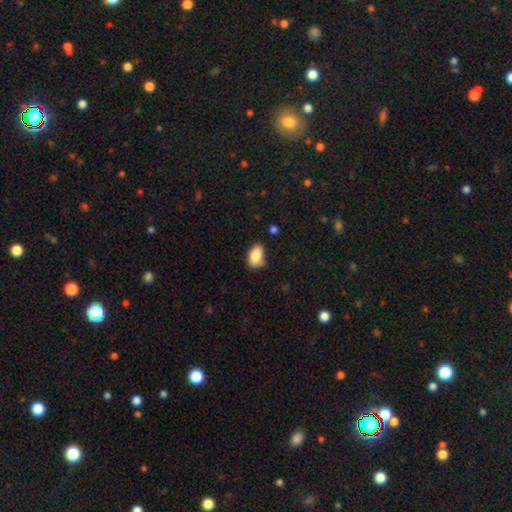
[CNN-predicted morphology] smooth_or_featured: smooth (p=0.84) [alt: featured or disk p=0.08]
how_rounded: in between (p=0.90) [alt: round p=0.08]
merging: none (p=0.70) [alt: minor disturbance p=0.23]